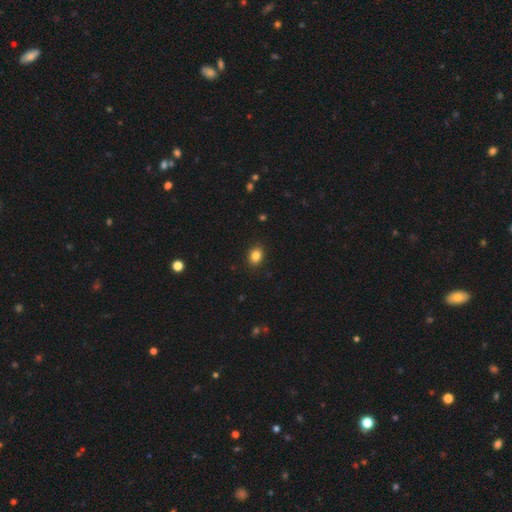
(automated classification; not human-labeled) This is clearly a smooth galaxy (85%). How rounded: possibly in between (59%). Merging: clearly none (90%).